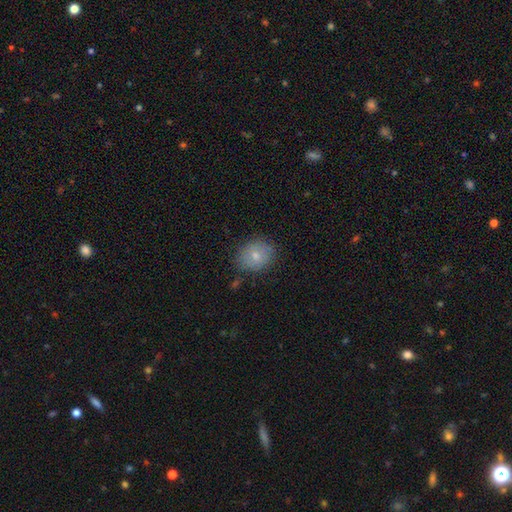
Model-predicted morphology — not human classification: Smooth or featured: smooth — 75% (featured or disk — 16%)
How rounded: round — 64% (in between — 35%)
Merging: none — 79% (minor disturbance — 15%)